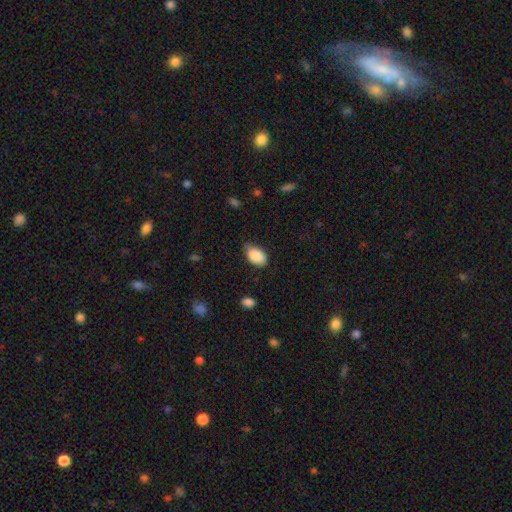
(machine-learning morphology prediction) Smooth or featured?
  - smooth: 88% *
  - star or artifact: 7%
  - featured or disk: 5%
How rounded?
  - in between: 92% *
  - round: 7%
  - cigar-shaped: 1%
Merging?
  - none: 70% *
  - minor disturbance: 25%
  - major disturbance: 4%
  - merger: 1%